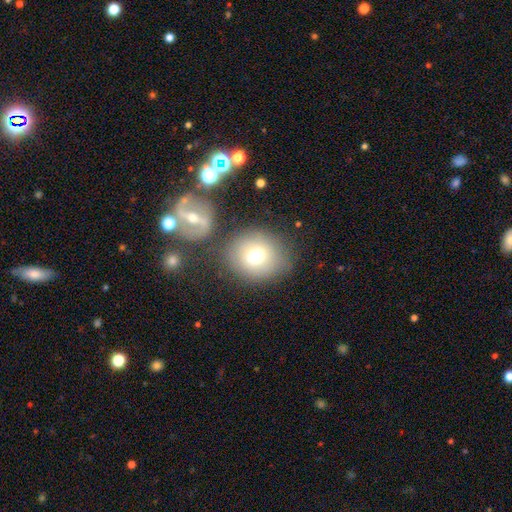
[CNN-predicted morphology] Smooth or featured?
  - smooth: 72% *
  - featured or disk: 18%
  - star or artifact: 10%
How rounded?
  - round: 66% *
  - in between: 33%
  - cigar-shaped: 1%
Merging?
  - none: 67% *
  - minor disturbance: 14%
  - merger: 13%
  - major disturbance: 5%